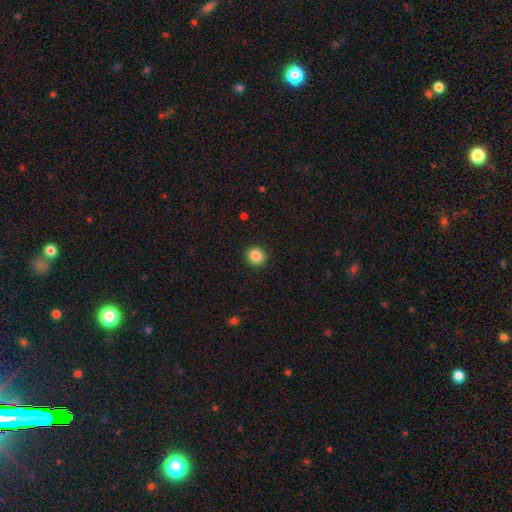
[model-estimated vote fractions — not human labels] Smooth or featured?
  - smooth: 86% *
  - star or artifact: 10%
  - featured or disk: 4%
How rounded?
  - round: 90% *
  - in between: 9%
  - cigar-shaped: 1%
Merging?
  - none: 91% *
  - minor disturbance: 6%
  - major disturbance: 2%
  - merger: 1%